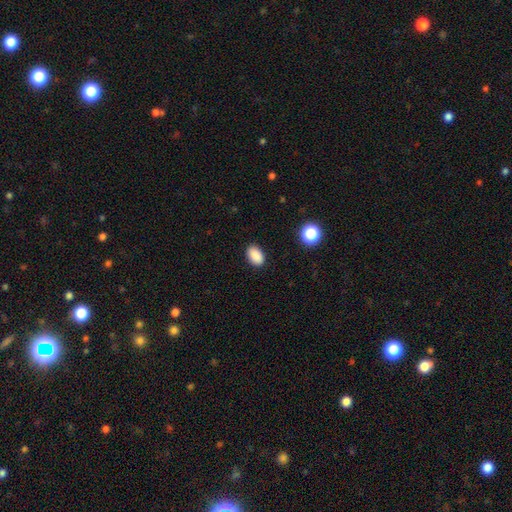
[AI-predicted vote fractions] Morphology: type=smooth (88%); roundness=in between (88%); merging=none (88%).